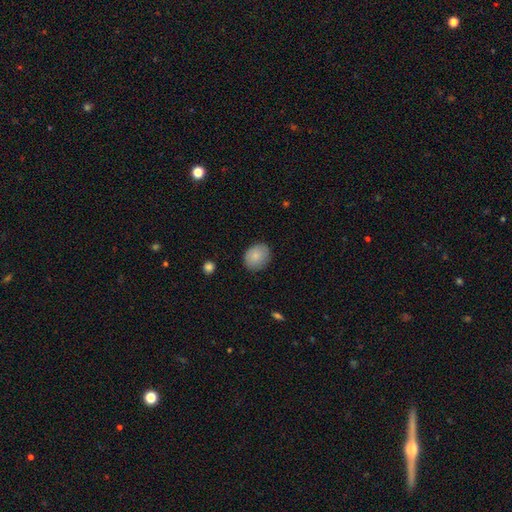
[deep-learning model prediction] Q: Smooth or featured?
A: smooth (84%); runner-up: featured or disk (9%)
Q: How rounded?
A: in between (52%); runner-up: round (47%)
Q: Merging?
A: none (83%); runner-up: minor disturbance (13%)